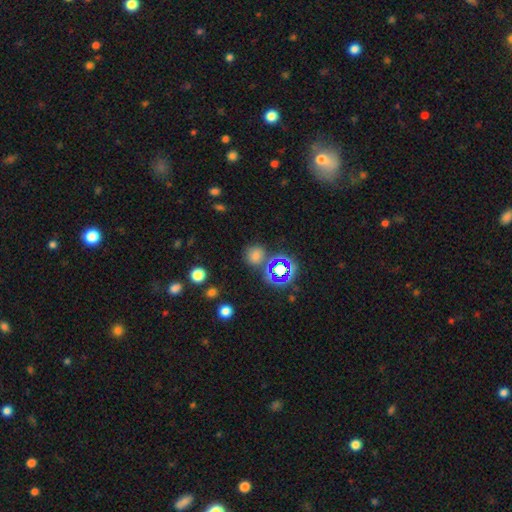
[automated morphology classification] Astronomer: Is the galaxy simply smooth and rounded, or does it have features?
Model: smooth — 62%.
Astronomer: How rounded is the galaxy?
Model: round — 82%.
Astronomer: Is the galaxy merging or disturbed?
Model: none — 72%.